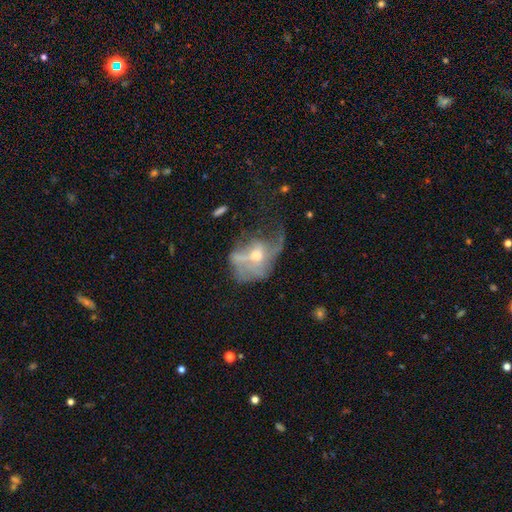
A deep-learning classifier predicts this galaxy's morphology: Q: Smooth or featured?
A: featured or disk (60%); runner-up: smooth (29%)
Q: Edge-on disk?
A: no (93%); runner-up: yes (7%)
Q: Bar?
A: no (71%); runner-up: weak (22%)
Q: Spiral arms?
A: no (59%); runner-up: yes (41%)
Q: Bulge size?
A: moderate (57%); runner-up: small (36%)
Q: Merging?
A: major disturbance (53%); runner-up: none (22%)